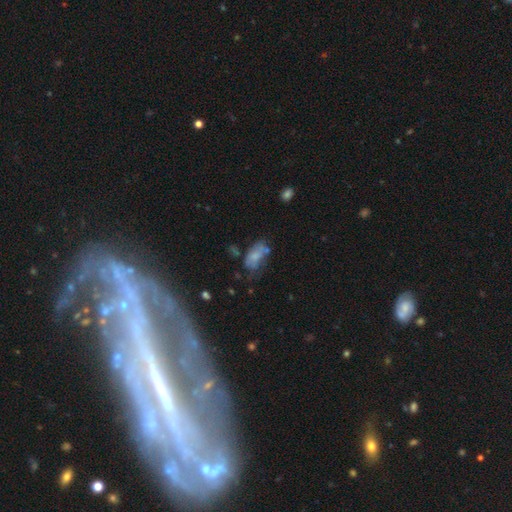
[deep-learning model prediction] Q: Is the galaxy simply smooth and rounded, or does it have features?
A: smooth — 62%.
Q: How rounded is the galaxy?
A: in between — 88%.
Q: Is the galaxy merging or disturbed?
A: none — 37%.